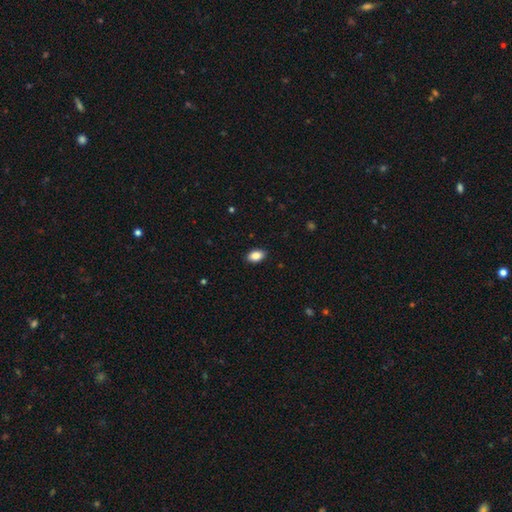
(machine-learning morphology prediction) Smooth or featured?
  - smooth: 87% *
  - star or artifact: 8%
  - featured or disk: 5%
How rounded?
  - in between: 90% *
  - round: 8%
  - cigar-shaped: 2%
Merging?
  - none: 90% *
  - minor disturbance: 8%
  - major disturbance: 2%
  - merger: 1%